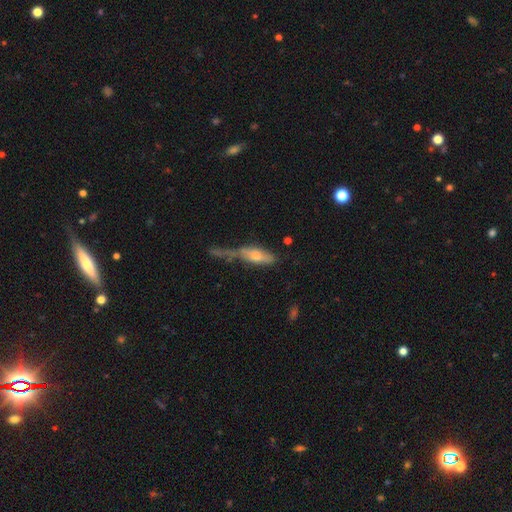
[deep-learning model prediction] Smooth or featured? smooth (56%)
How rounded? cigar-shaped (52%)
Merging? none (28%)